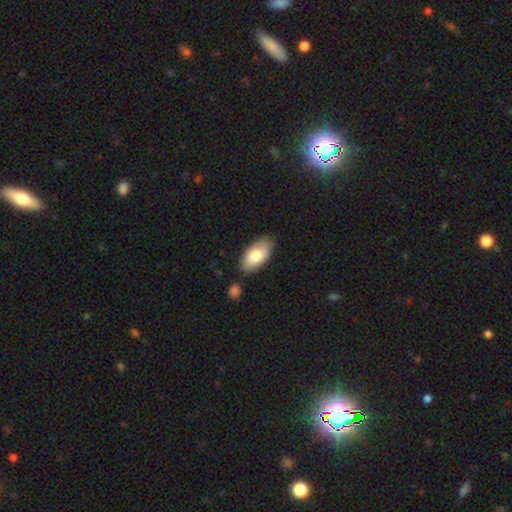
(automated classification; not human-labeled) Q: Smooth or featured?
A: smooth (80%); runner-up: featured or disk (15%)
Q: How rounded?
A: in between (94%); runner-up: cigar-shaped (3%)
Q: Merging?
A: none (74%); runner-up: minor disturbance (17%)